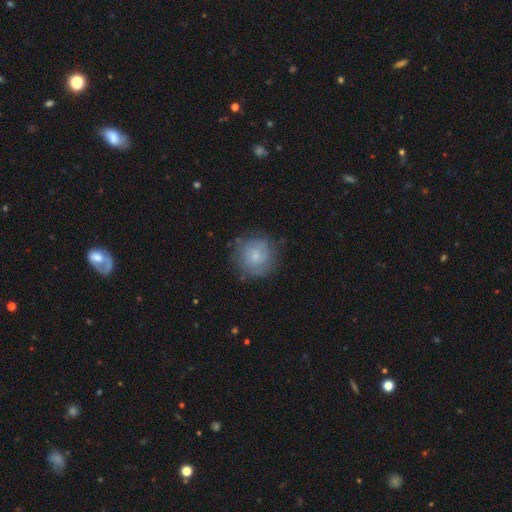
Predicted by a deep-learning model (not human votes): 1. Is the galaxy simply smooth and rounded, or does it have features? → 51% smooth, 42% featured or disk, 8% star or artifact.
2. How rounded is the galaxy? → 91% round, 8% in between, 1% cigar-shaped.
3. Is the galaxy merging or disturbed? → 74% none, 17% minor disturbance, 7% major disturbance, 2% merger.